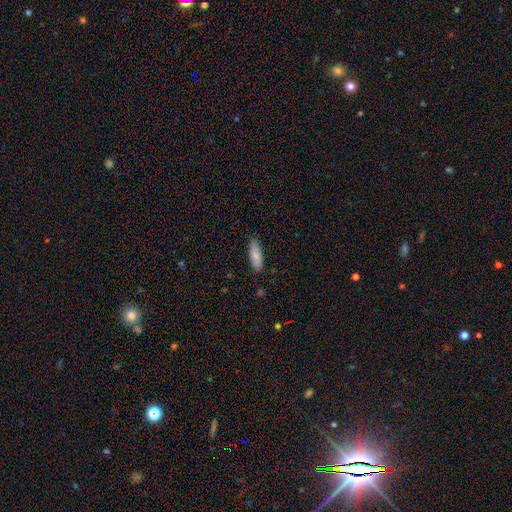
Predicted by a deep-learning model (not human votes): Smooth or featured: smooth — 79% (featured or disk — 15%)
How rounded: in between — 70% (cigar-shaped — 29%)
Merging: none — 77% (minor disturbance — 19%)